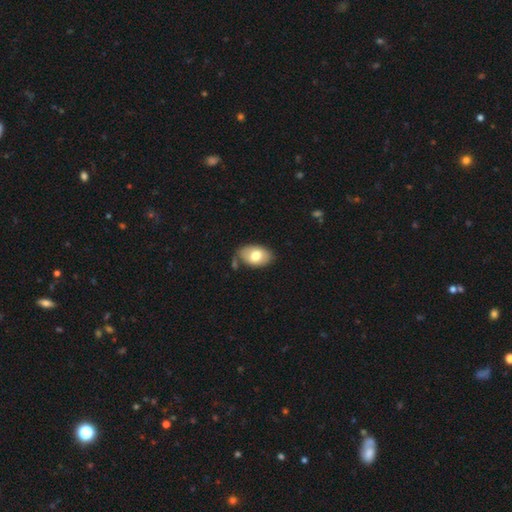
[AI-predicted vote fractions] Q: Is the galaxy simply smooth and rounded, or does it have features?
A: smooth — 75%.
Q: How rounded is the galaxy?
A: in between — 91%.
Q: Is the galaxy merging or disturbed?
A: none — 71%.